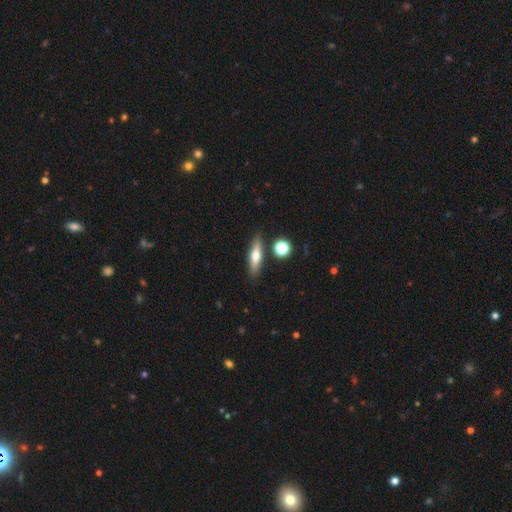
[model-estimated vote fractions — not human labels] smooth 56%, featured or disk 37%, star or artifact 8%. Down the decision tree: how rounded — cigar-shaped (63%); merging — none (83%).